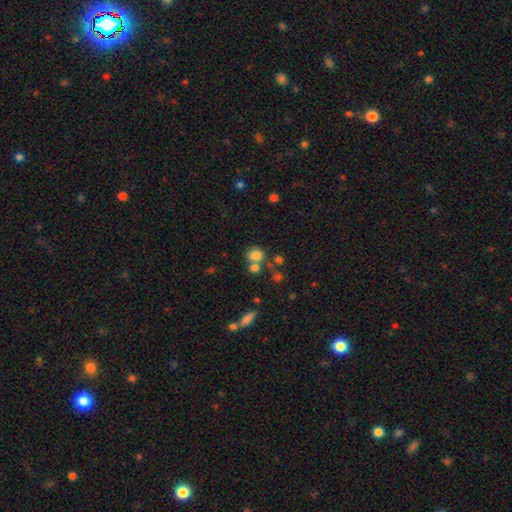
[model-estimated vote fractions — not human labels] This appears to be a smooth galaxy with no disk features (76%) that is round (53%). Merging: none (48%).